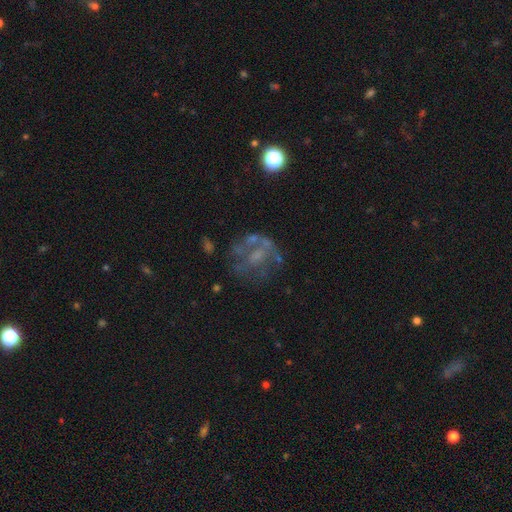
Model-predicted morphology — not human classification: Overall: featured or disk (60%; smooth 22%). Edge-on disk: no (97%). Bar: no (77%). Spiral arms: no (74%). Bulge size: none (50%; small 25%). Merging: none (49%; major disturbance 26%).